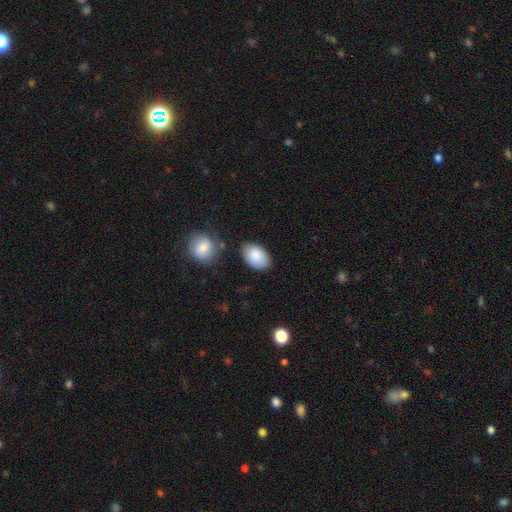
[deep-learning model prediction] Smooth or featured? Predicted: smooth (p=0.87). How rounded? Predicted: in between (p=0.91). Merging? Predicted: none (p=0.76).